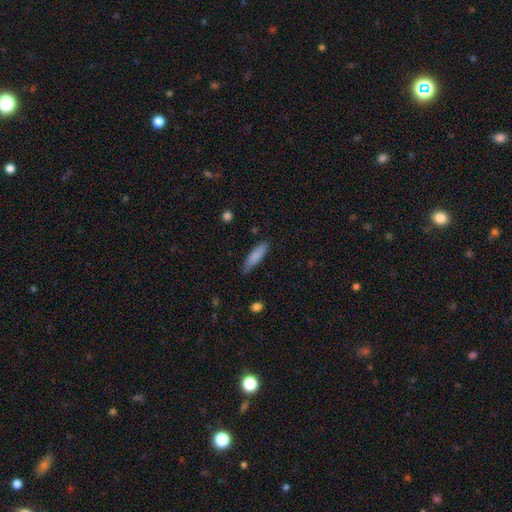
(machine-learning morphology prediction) type=smooth (83%); roundness=cigar-shaped (69%); merging=none (78%).